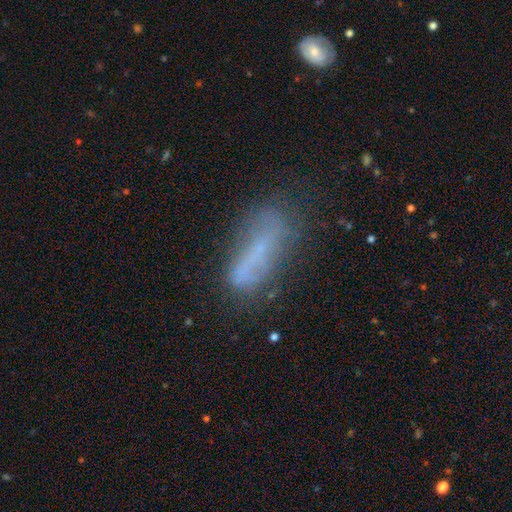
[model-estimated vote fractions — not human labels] Morphology: type=smooth (48%); merging=none (52%).